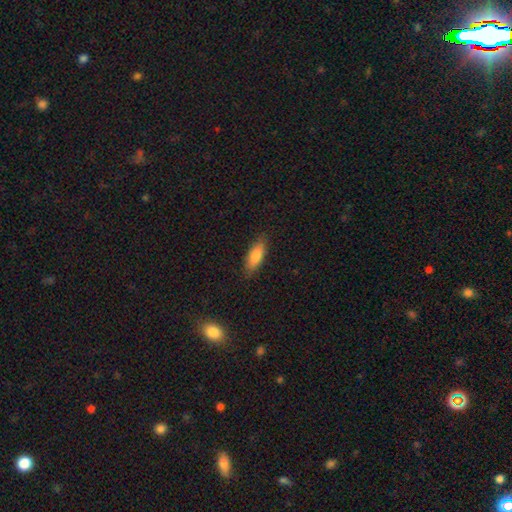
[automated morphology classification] smooth 81%, featured or disk 12%, star or artifact 7%. Down the decision tree: how rounded — in between (70%); merging — none (85%).